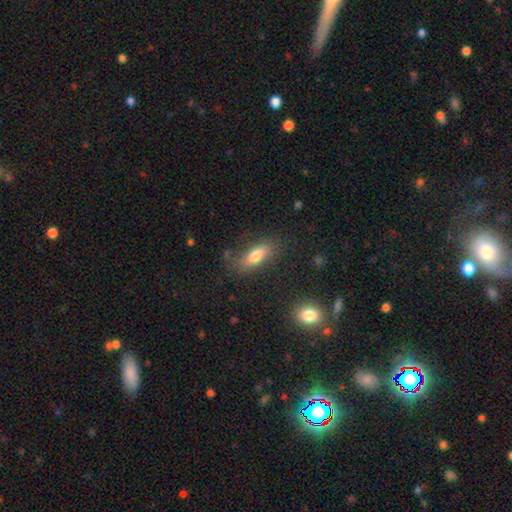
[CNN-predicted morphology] The model was most divided on "how rounded": in between: 69%, cigar-shaped: 28%, round: 4%. More confident: smooth or featured — smooth (72%); merging — none (71%).